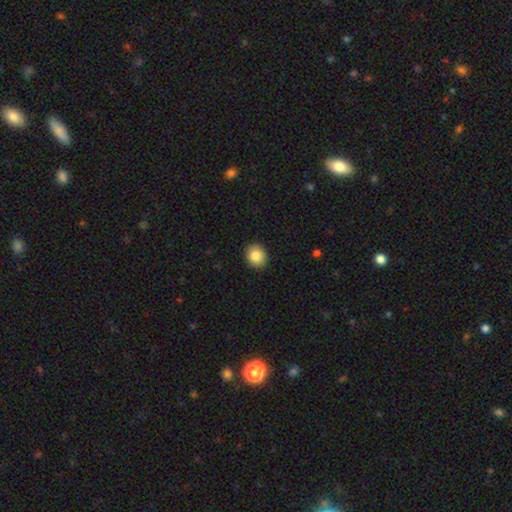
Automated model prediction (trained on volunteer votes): Morphology: type=smooth (86%); roundness=round (76%); merging=none (92%).